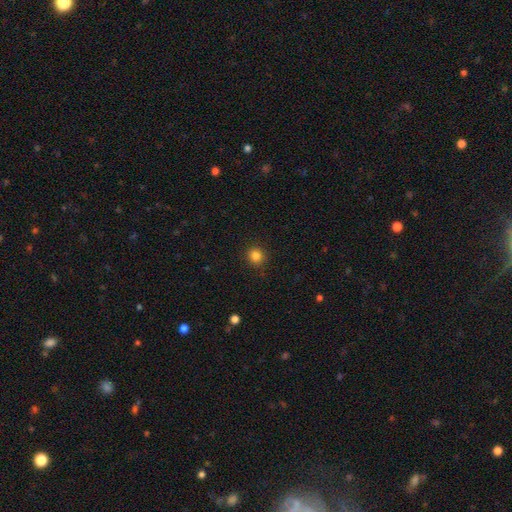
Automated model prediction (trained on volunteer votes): Q: Smooth or featured?
A: smooth (84%); runner-up: star or artifact (12%)
Q: How rounded?
A: round (91%); runner-up: in between (8%)
Q: Merging?
A: none (91%); runner-up: minor disturbance (6%)